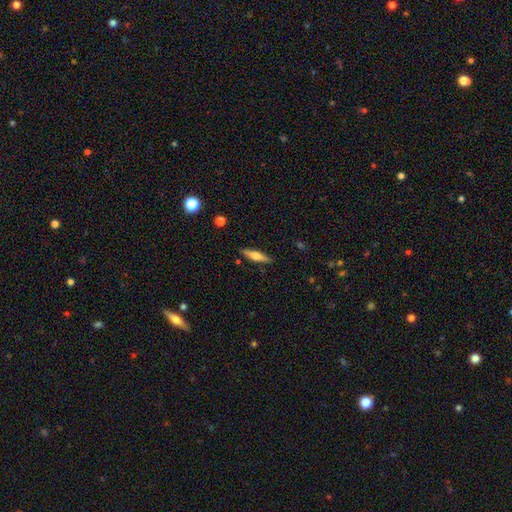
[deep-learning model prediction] This appears to be a smooth galaxy with no disk features (52%) that is cigar-shaped (73%). Merging: none (87%).